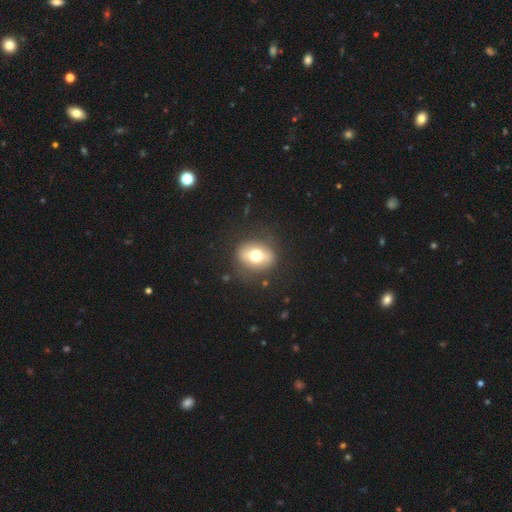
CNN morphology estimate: smooth-or-featured: smooth: 56% | featured or disk: 36% | star or artifact: 8%
  how-rounded: in between: 52% | round: 45% | cigar-shaped: 2%
  merging: none: 81% | minor disturbance: 12% | major disturbance: 6% | merger: 1%